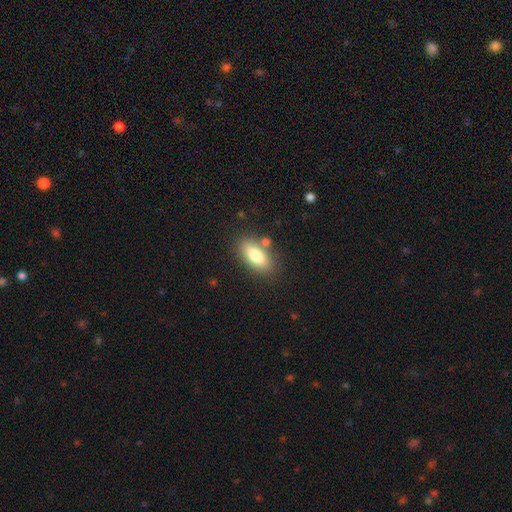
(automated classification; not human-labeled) Morphology: type=smooth (79%); roundness=in between (87%); merging=none (77%).